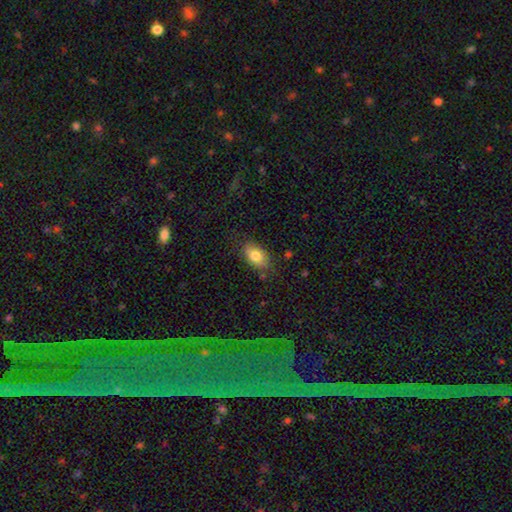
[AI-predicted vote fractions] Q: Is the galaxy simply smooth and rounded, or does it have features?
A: smooth — 80%.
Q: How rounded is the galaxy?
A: in between — 89%.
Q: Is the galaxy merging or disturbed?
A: none — 78%.